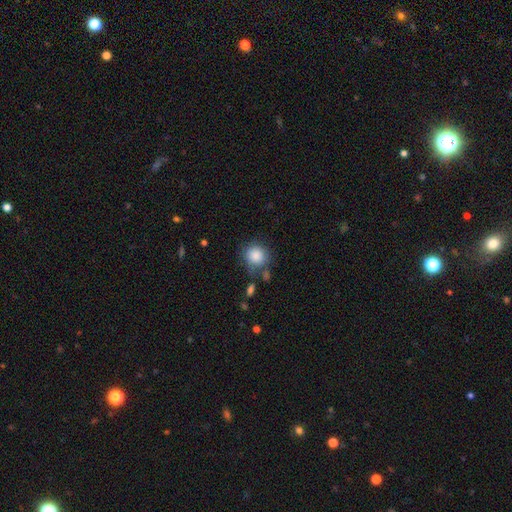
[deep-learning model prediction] This appears to be a smooth galaxy with no disk features (86%) that is round (84%). Merging: none (64%).